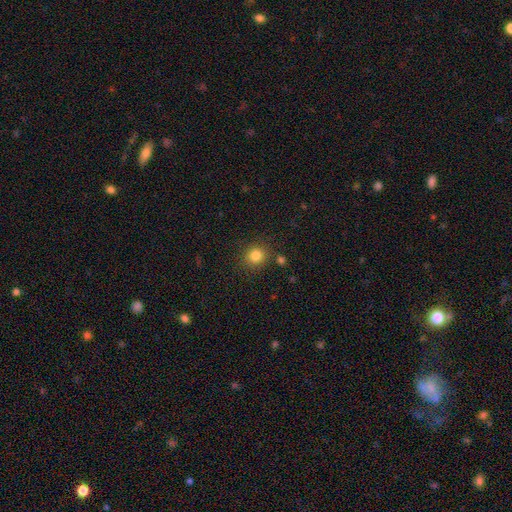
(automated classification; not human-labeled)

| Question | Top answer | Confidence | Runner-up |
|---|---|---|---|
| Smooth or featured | smooth | 82% | star or artifact (12%) |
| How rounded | round | 87% | in between (12%) |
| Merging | none | 84% | minor disturbance (9%) |